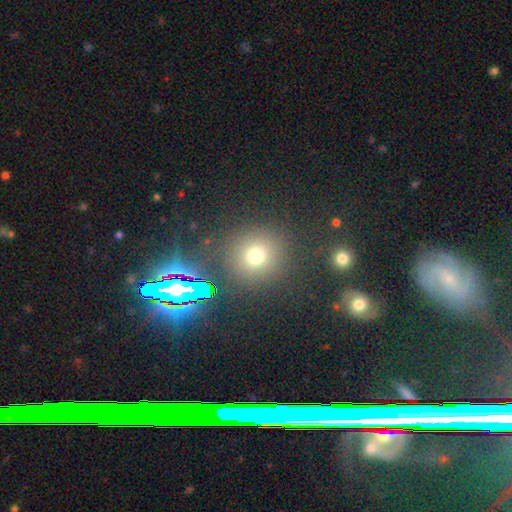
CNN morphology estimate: Q: Smooth or featured?
A: smooth (68%); runner-up: star or artifact (24%)
Q: How rounded?
A: round (91%); runner-up: in between (8%)
Q: Merging?
A: none (85%); runner-up: minor disturbance (7%)